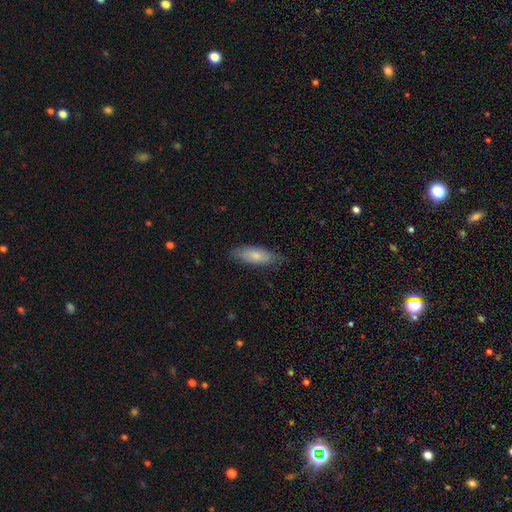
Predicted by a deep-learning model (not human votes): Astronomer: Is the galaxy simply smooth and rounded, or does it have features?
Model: smooth — 79%.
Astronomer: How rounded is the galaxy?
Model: in between — 68%.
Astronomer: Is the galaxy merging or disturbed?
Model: none — 79%.